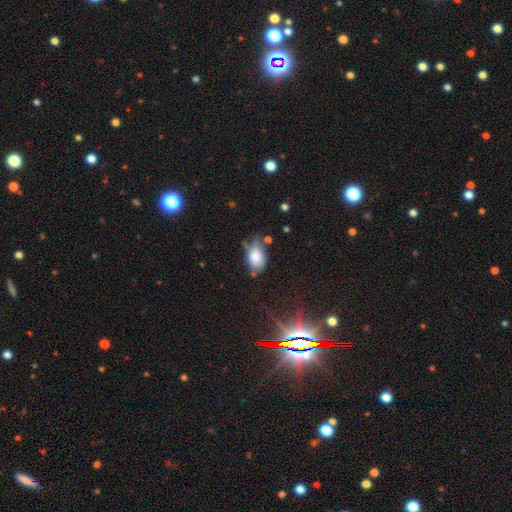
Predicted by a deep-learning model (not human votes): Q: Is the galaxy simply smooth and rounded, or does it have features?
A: smooth — 74%.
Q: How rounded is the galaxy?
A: in between — 87%.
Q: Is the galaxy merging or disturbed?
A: none — 46%.